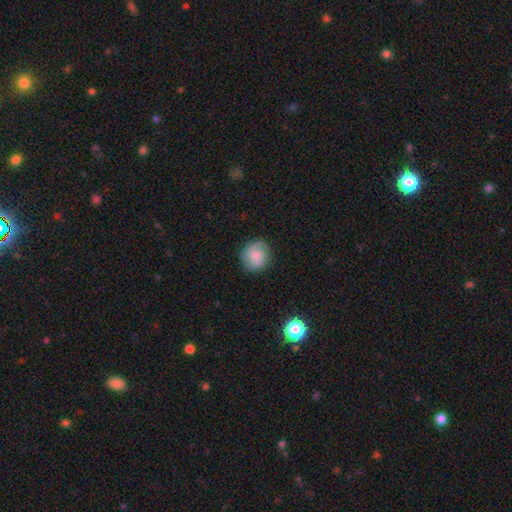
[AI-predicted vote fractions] Q: Smooth or featured?
A: smooth (58%); runner-up: featured or disk (33%)
Q: How rounded?
A: round (85%); runner-up: in between (14%)
Q: Merging?
A: none (79%); runner-up: minor disturbance (15%)